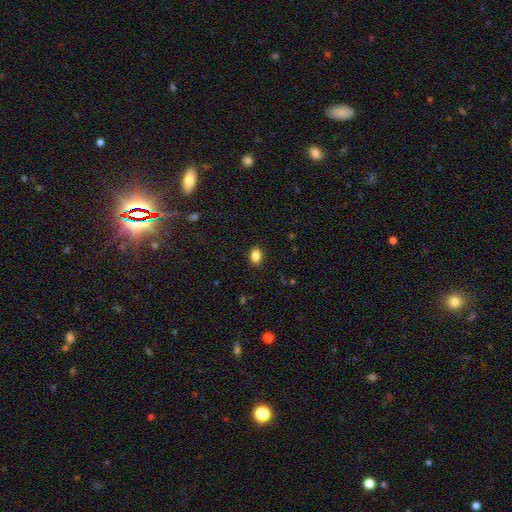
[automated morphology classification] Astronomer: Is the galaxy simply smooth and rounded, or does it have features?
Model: smooth — 86%.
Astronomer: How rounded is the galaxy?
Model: in between — 75%.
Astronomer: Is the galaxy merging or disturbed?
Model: none — 89%.